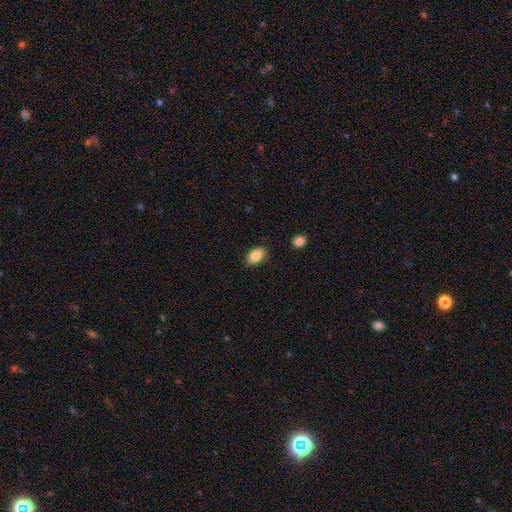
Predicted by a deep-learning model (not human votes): Q: Smooth or featured?
A: smooth (87%); runner-up: star or artifact (8%)
Q: How rounded?
A: in between (90%); runner-up: round (8%)
Q: Merging?
A: none (83%); runner-up: minor disturbance (13%)